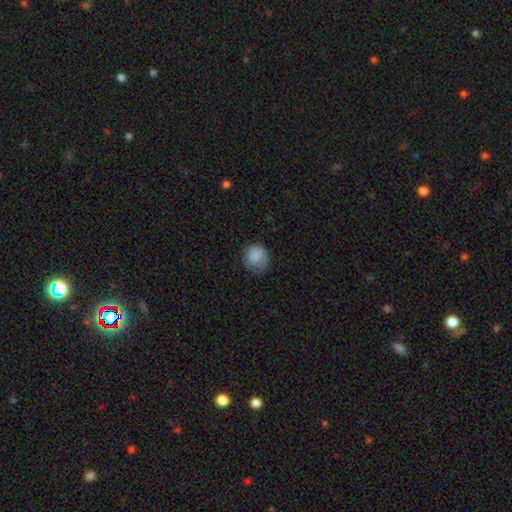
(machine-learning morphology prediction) A smooth galaxy with no disk features (81%) that is round (73%). Merging: none (51%).